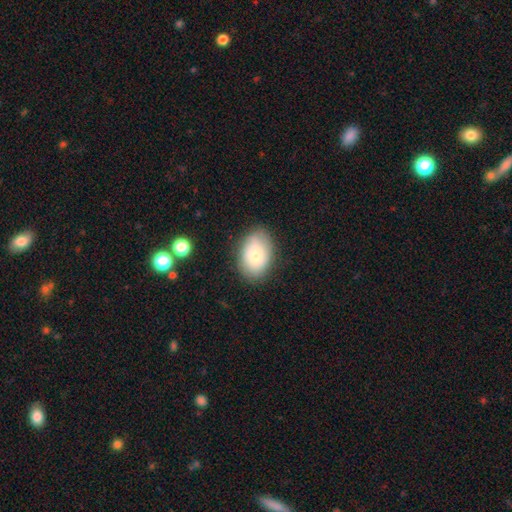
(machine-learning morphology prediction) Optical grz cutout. It shows a smooth galaxy with no disk features (67%) that is in between round and cigar-shaped (81%). Merging: none (77%).